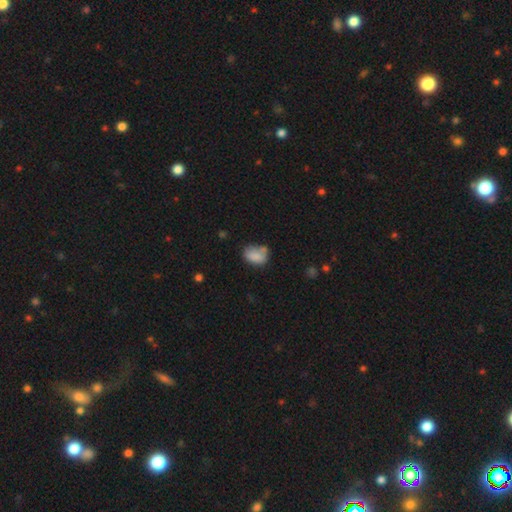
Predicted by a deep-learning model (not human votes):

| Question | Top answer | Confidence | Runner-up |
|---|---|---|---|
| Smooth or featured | smooth | 80% | featured or disk (11%) |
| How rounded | in between | 79% | round (20%) |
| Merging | none | 51% | minor disturbance (26%) |